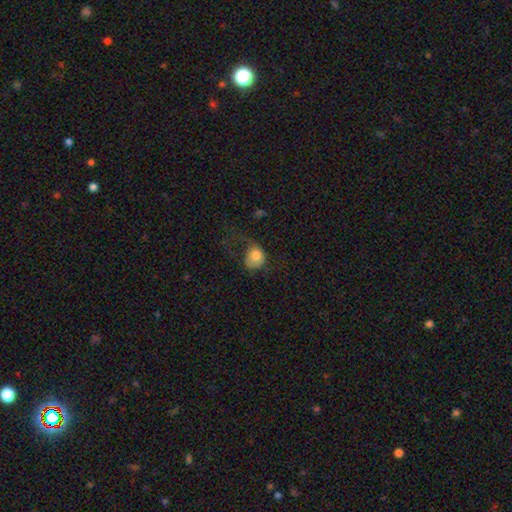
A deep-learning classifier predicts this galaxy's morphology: Smooth or featured?
  - smooth: 75% *
  - featured or disk: 16%
  - star or artifact: 9%
How rounded?
  - round: 58% *
  - in between: 40%
  - cigar-shaped: 1%
Merging?
  - major disturbance: 49% *
  - none: 25%
  - minor disturbance: 24%
  - merger: 3%